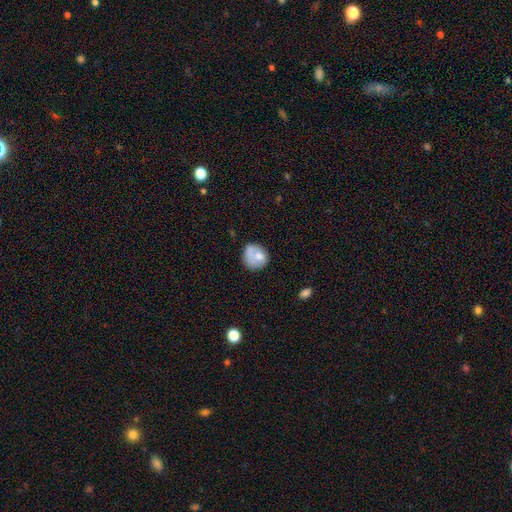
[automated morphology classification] Smooth or featured?
  - smooth: 68% *
  - featured or disk: 23%
  - star or artifact: 8%
How rounded?
  - round: 70% *
  - in between: 29%
  - cigar-shaped: 1%
Merging?
  - none: 48% *
  - minor disturbance: 25%
  - major disturbance: 15%
  - merger: 12%